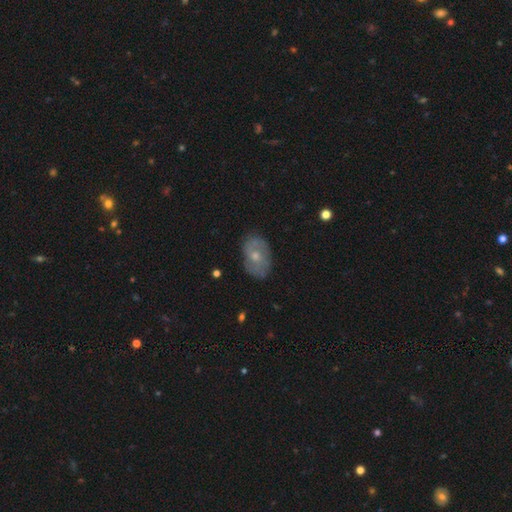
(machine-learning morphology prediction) Smooth or featured?
  - featured or disk: 49% *
  - smooth: 43%
  - star or artifact: 8%
Merging?
  - none: 77% *
  - minor disturbance: 17%
  - major disturbance: 4%
  - merger: 1%